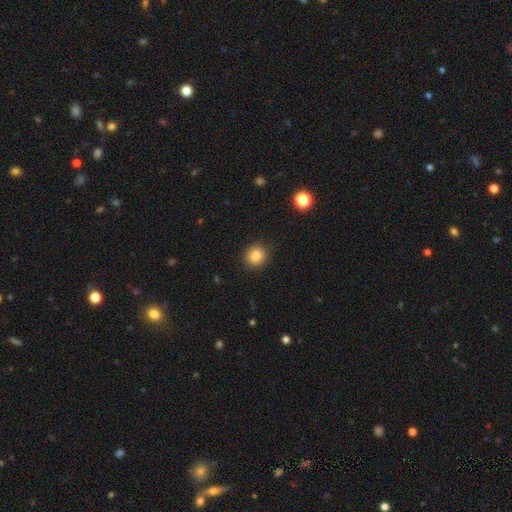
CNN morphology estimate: This is clearly a smooth galaxy (84%). How rounded: clearly round (88%). Merging: clearly none (91%).